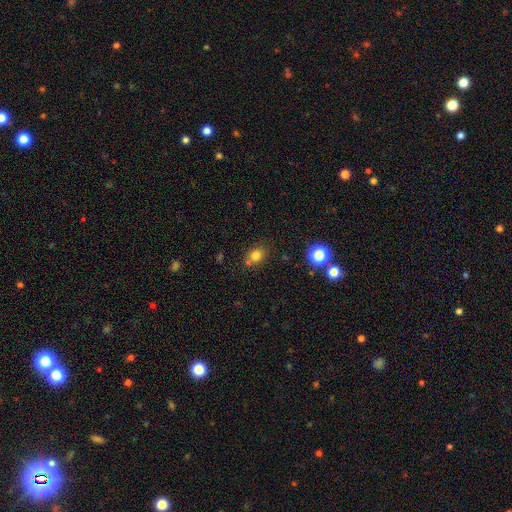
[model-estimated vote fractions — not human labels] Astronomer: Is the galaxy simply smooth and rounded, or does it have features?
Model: smooth — 79%.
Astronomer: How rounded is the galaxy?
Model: round — 59% (runner-up: in between, 40%).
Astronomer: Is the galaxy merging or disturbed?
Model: none — 67%.